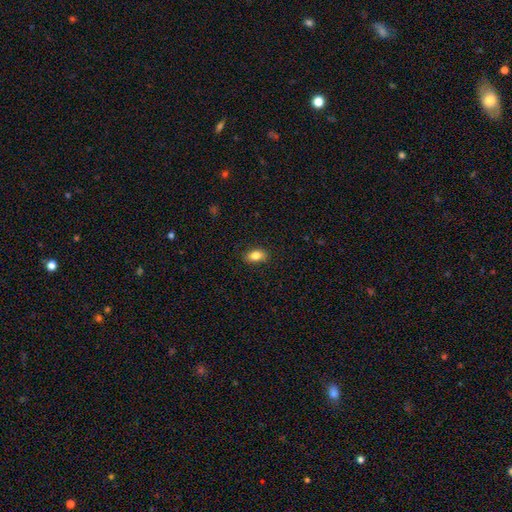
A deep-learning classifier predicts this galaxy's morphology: Smooth or featured: smooth — 83% (featured or disk — 9%)
How rounded: in between — 86% (round — 9%)
Merging: none — 87% (minor disturbance — 10%)